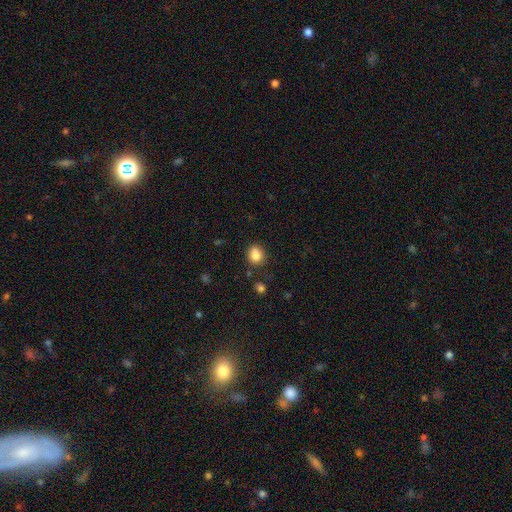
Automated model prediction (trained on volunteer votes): Smooth or featured: smooth — 84% (star or artifact — 10%)
How rounded: round — 69% (in between — 30%)
Merging: none — 74% (minor disturbance — 17%)